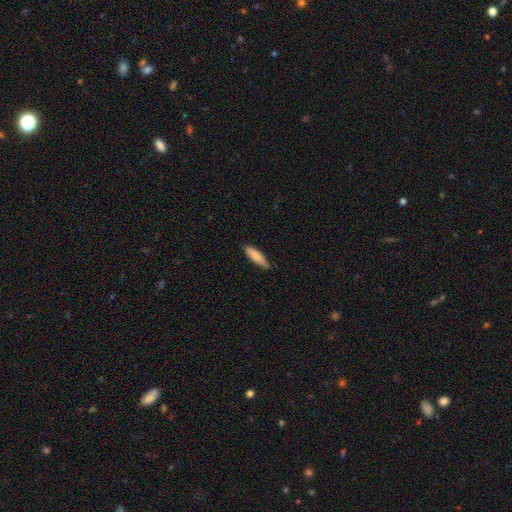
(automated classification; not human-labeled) Q: Smooth or featured?
A: smooth (79%); runner-up: featured or disk (15%)
Q: How rounded?
A: cigar-shaped (63%); runner-up: in between (35%)
Q: Merging?
A: none (76%); runner-up: minor disturbance (20%)